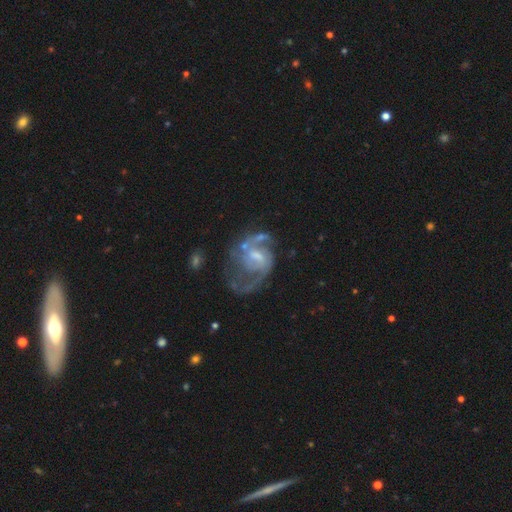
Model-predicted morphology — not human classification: Overall: featured or disk (83%). Edge-on disk: no (98%). Bar: weak (53%; no 33%). Spiral arms: yes (89%). Spiral arm count: 2 (69%). Spiral winding: medium (50%; loose 29%). Bulge size: moderate (39%; small 36%). Merging: none (43%; major disturbance 29%).